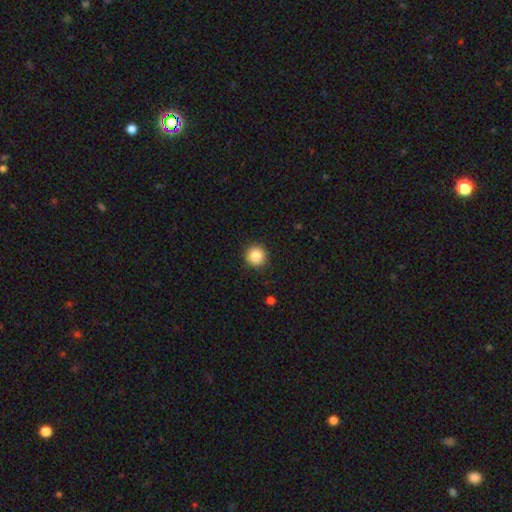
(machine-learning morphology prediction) Smooth or featured? smooth (86%)
How rounded? round (95%)
Merging? none (91%)